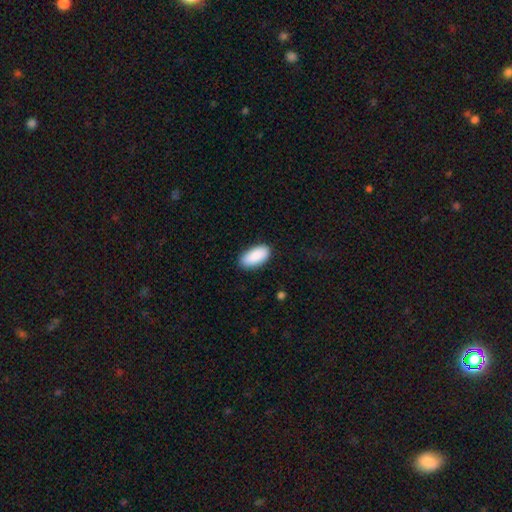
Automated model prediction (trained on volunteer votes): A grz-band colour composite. It shows a smooth galaxy with no disk features (90%) that is in between round and cigar-shaped (94%). Merging: none (86%).